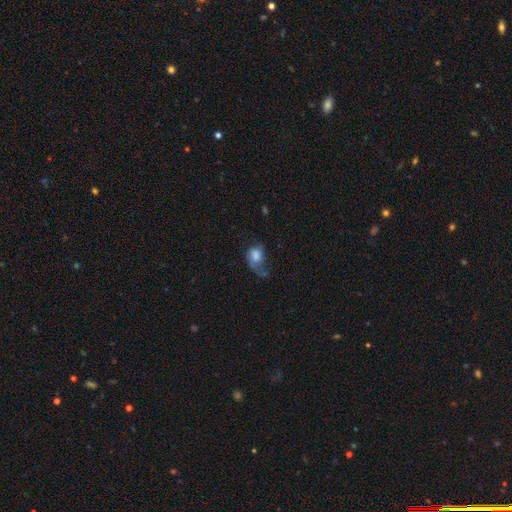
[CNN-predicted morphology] Q: Smooth or featured?
A: smooth (63%); runner-up: featured or disk (27%)
Q: How rounded?
A: in between (71%); runner-up: round (28%)
Q: Merging?
A: major disturbance (49%); runner-up: none (22%)